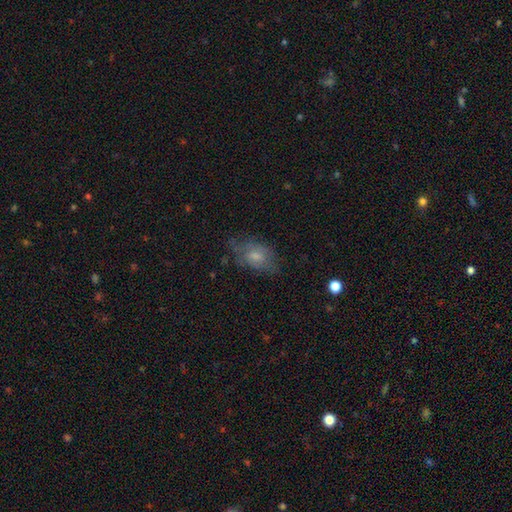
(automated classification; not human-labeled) The model was most divided on "smooth or featured": smooth: 57%, featured or disk: 33%, star or artifact: 10%. More confident: how rounded — in between (85%); merging — none (57%).